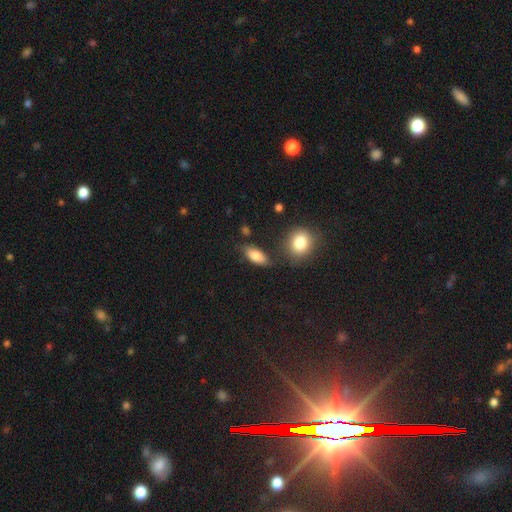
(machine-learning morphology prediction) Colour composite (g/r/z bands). It shows a smooth galaxy with no disk features (82%) that is in between round and cigar-shaped (84%). Merging: none (73%).